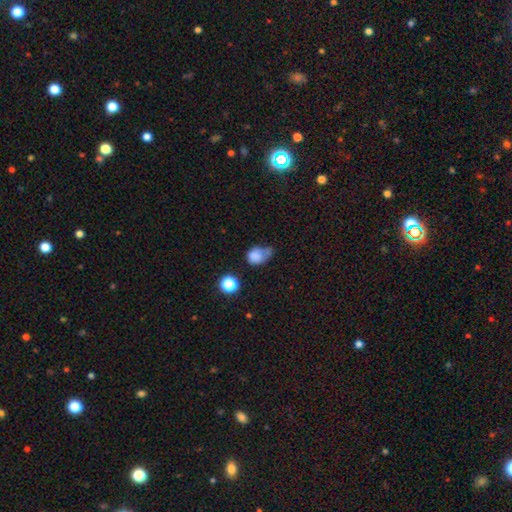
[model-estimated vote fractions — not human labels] The model was most divided on "merging": minor disturbance: 34%, none: 26%, major disturbance: 24%, merger: 17%. More confident: smooth or featured — smooth (74%); how rounded — in between (58%).